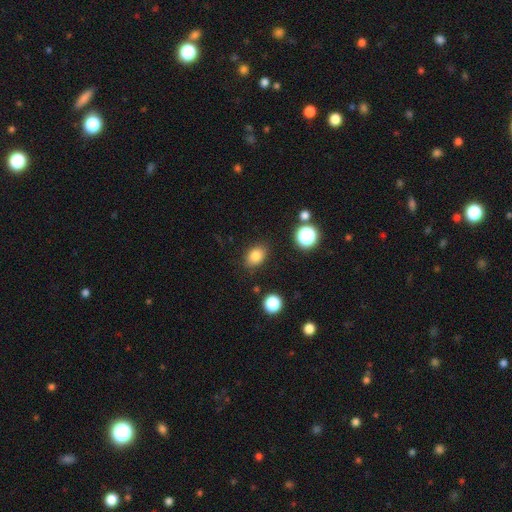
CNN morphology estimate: Smooth or featured?
  - smooth: 82% *
  - star or artifact: 11%
  - featured or disk: 7%
How rounded?
  - in between: 71% *
  - round: 28%
  - cigar-shaped: 1%
Merging?
  - none: 84% *
  - minor disturbance: 11%
  - major disturbance: 3%
  - merger: 2%